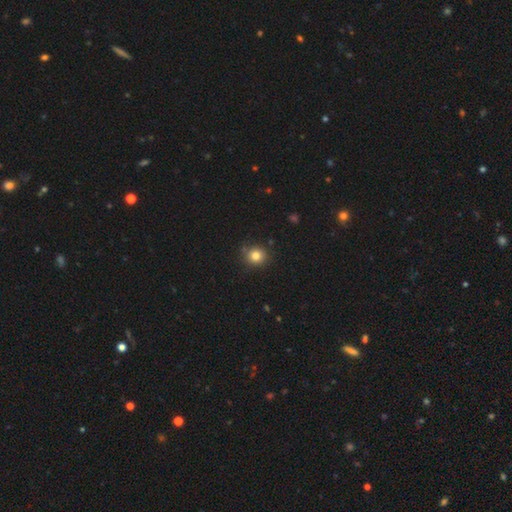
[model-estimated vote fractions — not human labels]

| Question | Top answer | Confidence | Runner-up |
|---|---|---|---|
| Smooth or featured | smooth | 81% | star or artifact (12%) |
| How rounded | round | 86% | in between (13%) |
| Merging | none | 83% | minor disturbance (12%) |